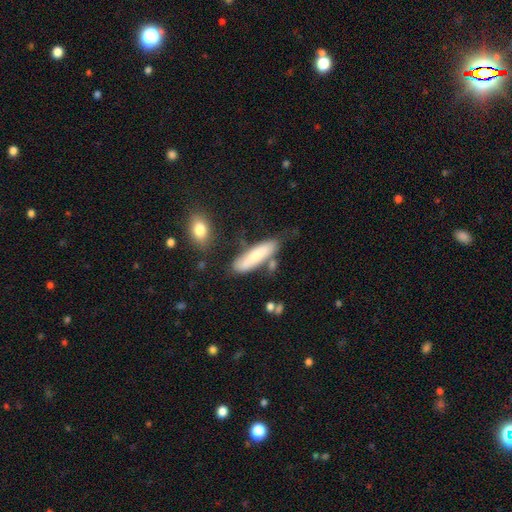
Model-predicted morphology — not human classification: Overall: smooth (69%). How rounded: cigar-shaped (66%; in between 33%). Merging: none (66%).